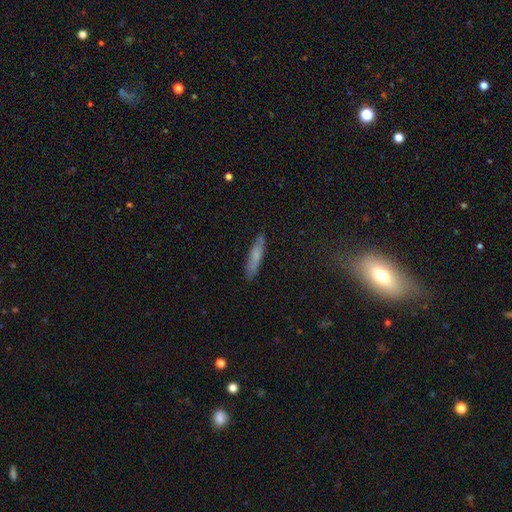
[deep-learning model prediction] Smooth or featured?
  - smooth: 69% *
  - featured or disk: 24%
  - star or artifact: 8%
How rounded?
  - cigar-shaped: 84% *
  - in between: 14%
  - round: 2%
Merging?
  - none: 83% *
  - minor disturbance: 13%
  - major disturbance: 3%
  - merger: 2%